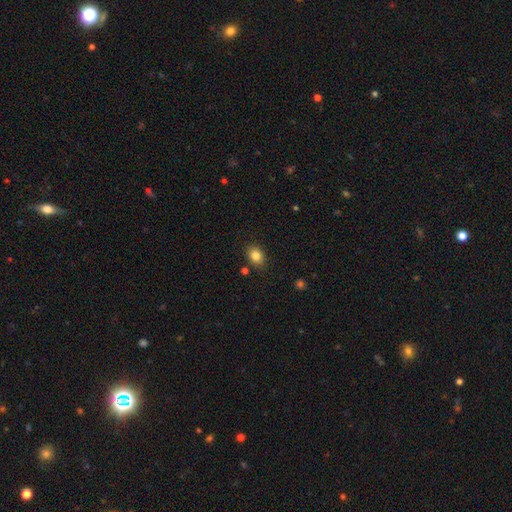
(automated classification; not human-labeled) Overall: smooth (84%). How rounded: in between (64%; round 35%). Merging: none (84%).